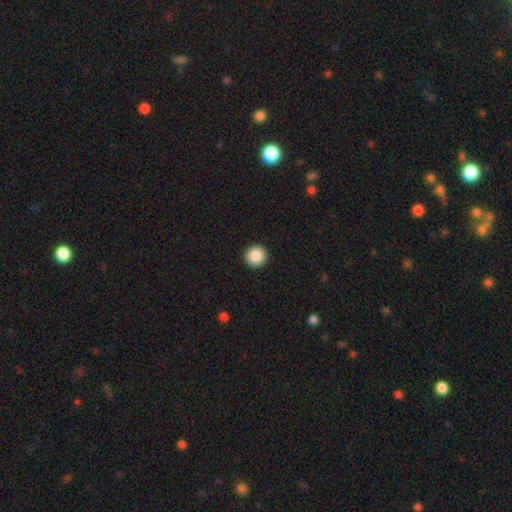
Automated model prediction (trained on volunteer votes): This is clearly a smooth galaxy (87%). How rounded: clearly round (95%). Merging: clearly none (94%).